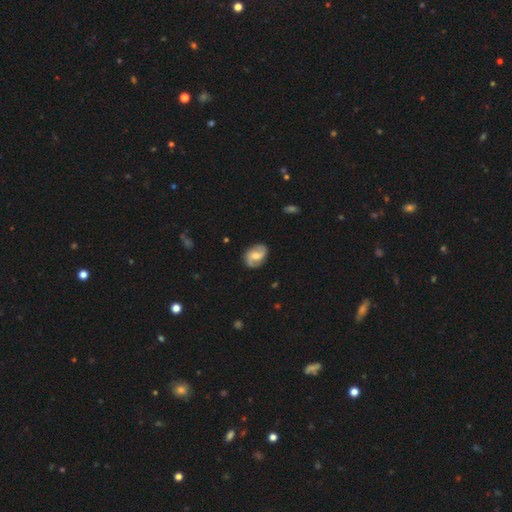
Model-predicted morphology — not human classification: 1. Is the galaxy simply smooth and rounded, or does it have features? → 75% featured or disk, 19% smooth, 6% star or artifact.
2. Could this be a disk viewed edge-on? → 97% no, 3% yes.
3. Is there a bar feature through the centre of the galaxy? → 44% no (tied), 44% weak (tied), 12% strong.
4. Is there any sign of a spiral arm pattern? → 93% yes, 7% no.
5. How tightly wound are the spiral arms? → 44% medium, 35% loose, 21% tight.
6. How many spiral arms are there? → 90% 2, 5% can't tell, 2% 1, 2% 3, 1% 4, 1% more than 4.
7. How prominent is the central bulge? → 63% moderate, 30% small, 4% large, 2% none, 1% dominant.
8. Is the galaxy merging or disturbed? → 82% none, 13% minor disturbance, 3% major disturbance, 1% merger.